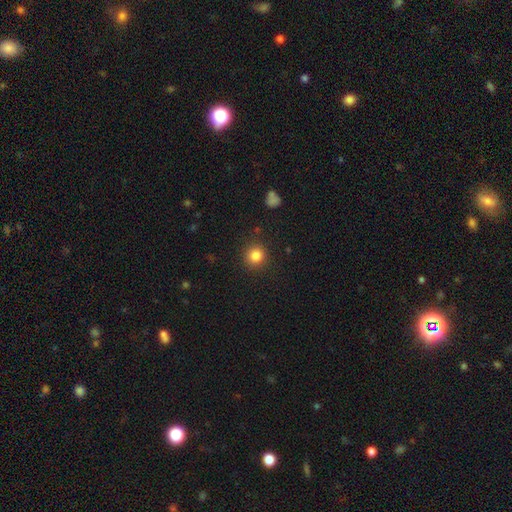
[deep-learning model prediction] smooth-or-featured: smooth: 84% | star or artifact: 11% | featured or disk: 5%
  how-rounded: round: 91% | in between: 8% | cigar-shaped: 1%
  merging: none: 89% | minor disturbance: 7% | major disturbance: 3% | merger: 1%